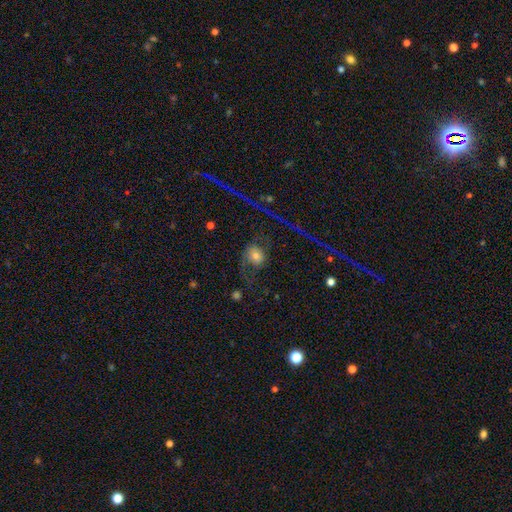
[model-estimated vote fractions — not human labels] The model was most divided on "smooth or featured": featured or disk: 46%, smooth: 40%, star or artifact: 14%. Remaining: merging — none (42%).